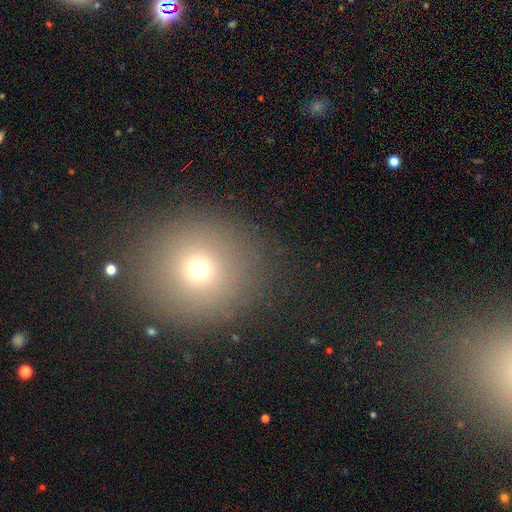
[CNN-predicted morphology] smooth-or-featured: smooth: 68% | star or artifact: 22% | featured or disk: 10%
  how-rounded: round: 89% | in between: 10% | cigar-shaped: 1%
  merging: none: 86% | minor disturbance: 7% | major disturbance: 4% | merger: 3%